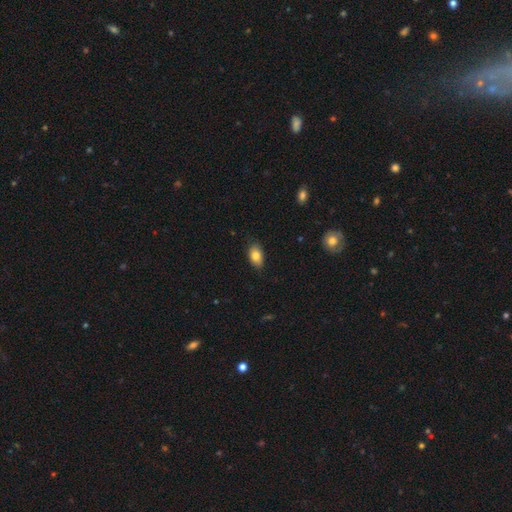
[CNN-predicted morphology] A smooth galaxy with no disk features (82%) that is in between round and cigar-shaped (89%). Merging: none (80%).